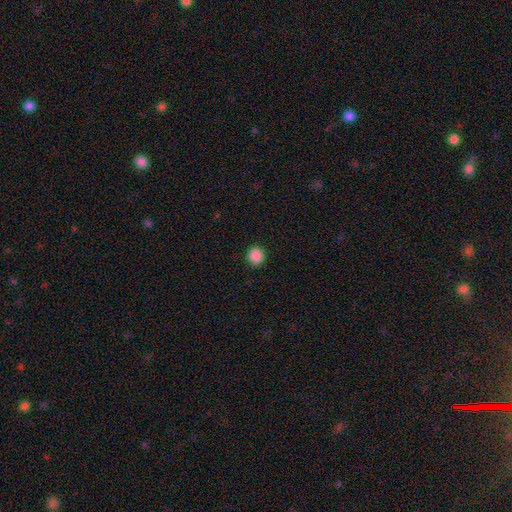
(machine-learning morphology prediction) Overall: smooth (89%). How rounded: round (89%). Merging: none (92%).